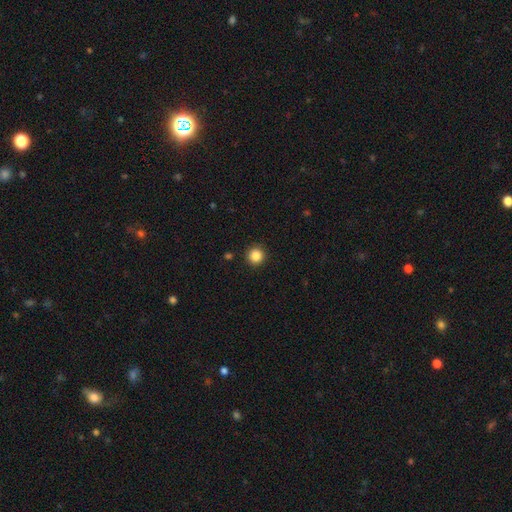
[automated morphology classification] Smooth or featured? Predicted: smooth (p=0.86). How rounded? Predicted: round (p=0.95). Merging? Predicted: none (p=0.92).